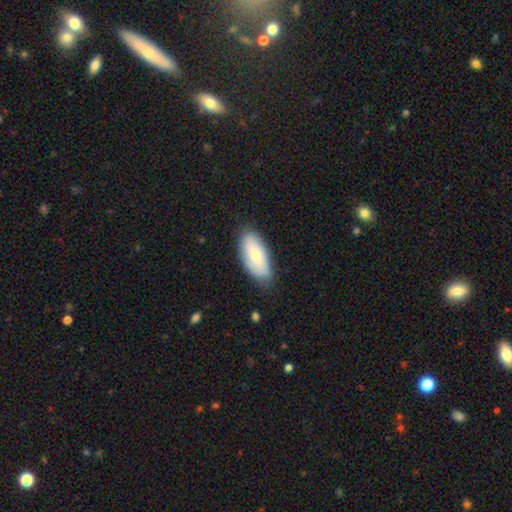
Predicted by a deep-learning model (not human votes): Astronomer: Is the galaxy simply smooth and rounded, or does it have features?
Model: smooth — 72%.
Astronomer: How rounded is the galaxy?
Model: in between — 91%.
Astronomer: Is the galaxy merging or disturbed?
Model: none — 78%.